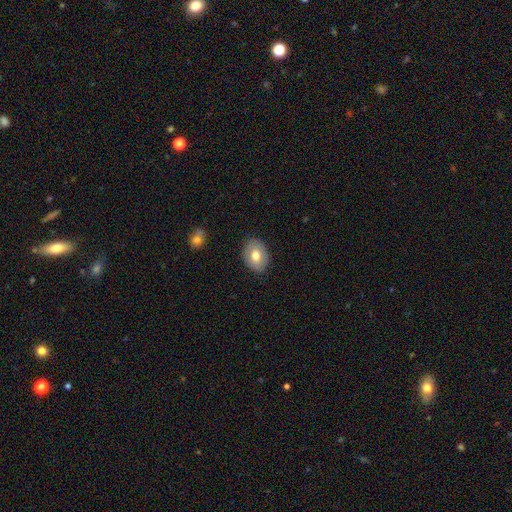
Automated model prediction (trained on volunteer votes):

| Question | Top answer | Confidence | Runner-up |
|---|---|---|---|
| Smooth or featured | smooth | 73% | featured or disk (20%) |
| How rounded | in between | 75% | round (24%) |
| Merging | none | 86% | minor disturbance (10%) |